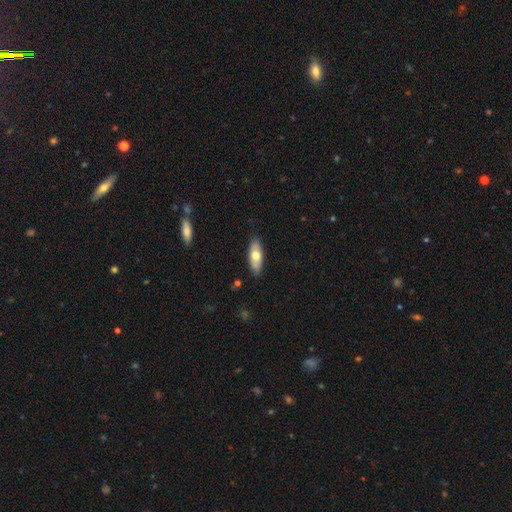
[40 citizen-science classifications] smooth_or_featured: smooth (p=0.68) [alt: featured or disk p=0.30]
how_rounded: in between (p=0.59) [alt: cigar-shaped p=0.37]
merging: none (p=0.77) [alt: minor disturbance p=0.15]